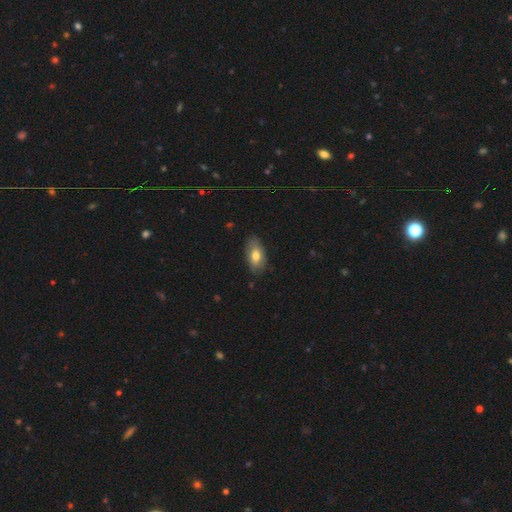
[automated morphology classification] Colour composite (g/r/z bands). It shows a smooth galaxy with no disk features (69%) that is in between round and cigar-shaped (91%). Merging: none (77%).